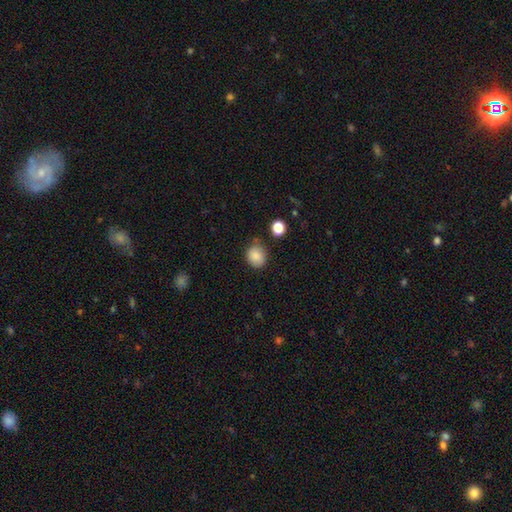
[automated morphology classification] This is clearly a smooth galaxy (85%). How rounded: likely round (70%). Merging: likely none (72%).